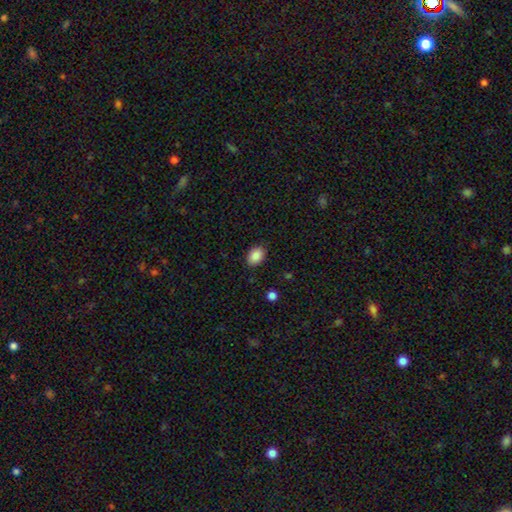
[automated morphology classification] Smooth or featured? smooth (88%)
How rounded? in between (77%)
Merging? none (87%)